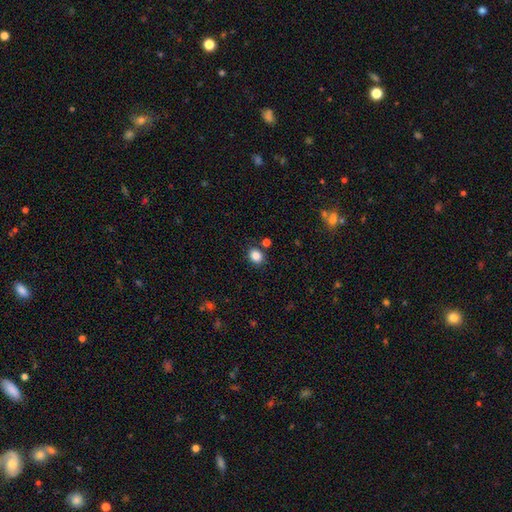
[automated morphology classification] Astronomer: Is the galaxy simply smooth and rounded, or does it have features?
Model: smooth — 85%.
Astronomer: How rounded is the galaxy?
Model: round — 58% (runner-up: in between, 41%).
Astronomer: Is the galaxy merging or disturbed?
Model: none — 83%.